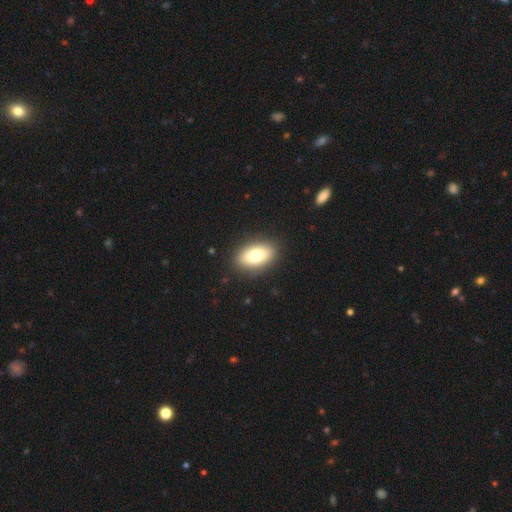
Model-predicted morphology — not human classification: smooth 78%, featured or disk 14%, star or artifact 8%. Down the decision tree: how rounded — in between (91%); merging — none (88%).